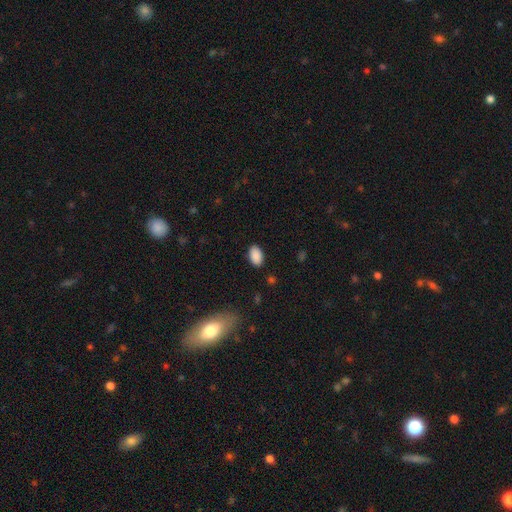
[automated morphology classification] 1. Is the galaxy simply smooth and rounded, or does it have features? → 90% smooth, 7% star or artifact, 3% featured or disk.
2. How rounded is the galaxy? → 93% in between, 6% round, 1% cigar-shaped.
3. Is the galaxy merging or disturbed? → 87% none, 9% minor disturbance, 2% major disturbance, 1% merger.